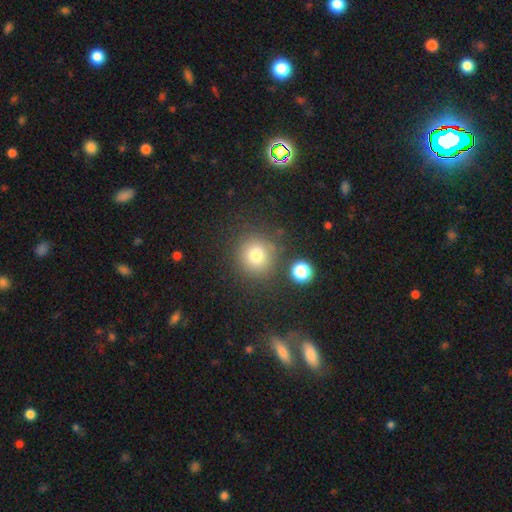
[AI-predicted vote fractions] Morphology: type=smooth (77%); roundness=round (89%); merging=none (80%).